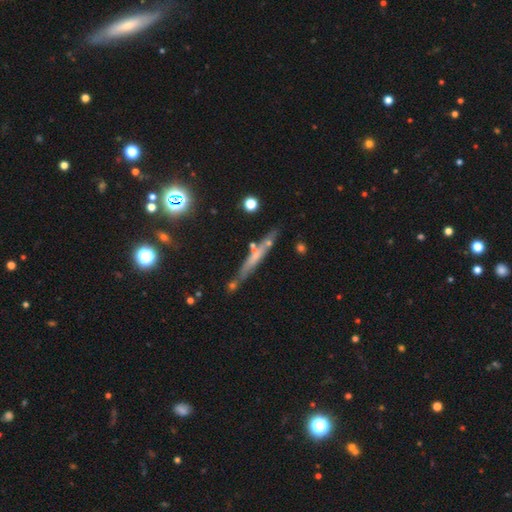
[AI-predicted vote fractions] Overall: featured or disk (45%; smooth 41%). Merging: none (70%).